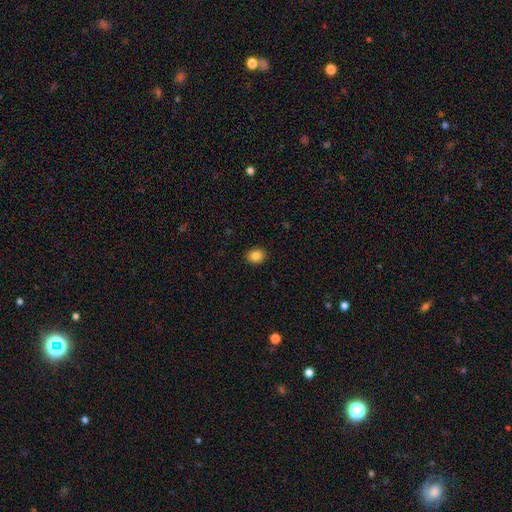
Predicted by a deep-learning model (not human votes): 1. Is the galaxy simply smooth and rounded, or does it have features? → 85% smooth, 10% star or artifact, 5% featured or disk.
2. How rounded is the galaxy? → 63% round, 36% in between, 1% cigar-shaped.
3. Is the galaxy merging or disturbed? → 91% none, 7% minor disturbance, 2% major disturbance, 1% merger.